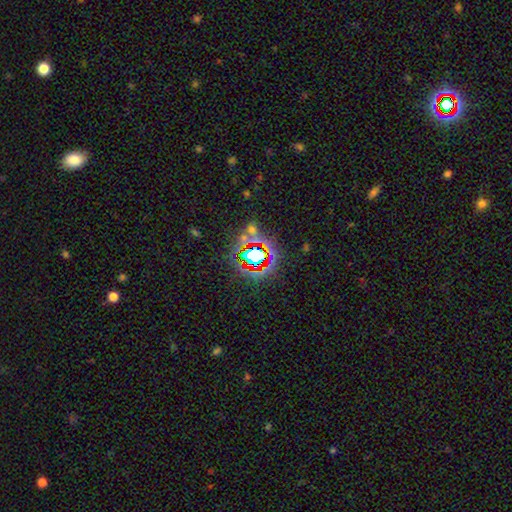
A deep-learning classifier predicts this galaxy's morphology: A star or artifact, not a galaxy (69%).